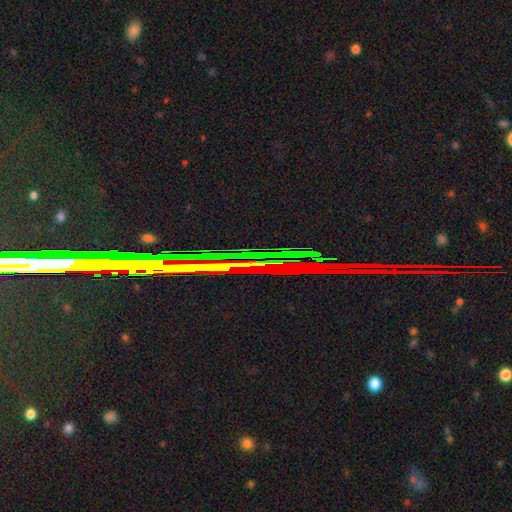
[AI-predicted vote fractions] A star or artifact, not a galaxy (81%).

Vote fractions:
- Smooth or featured? star or artifact: 81% / featured or disk: 12% / smooth: 8%